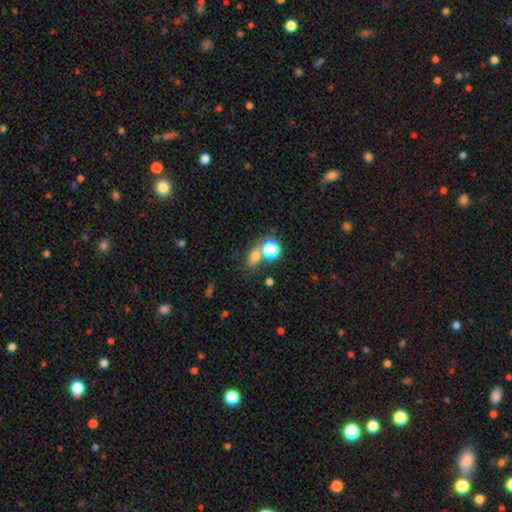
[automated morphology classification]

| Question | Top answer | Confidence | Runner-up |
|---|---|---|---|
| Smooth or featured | smooth | 68% | star or artifact (23%) |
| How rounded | in between | 51% | round (47%) |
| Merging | none | 56% | merger (26%) |